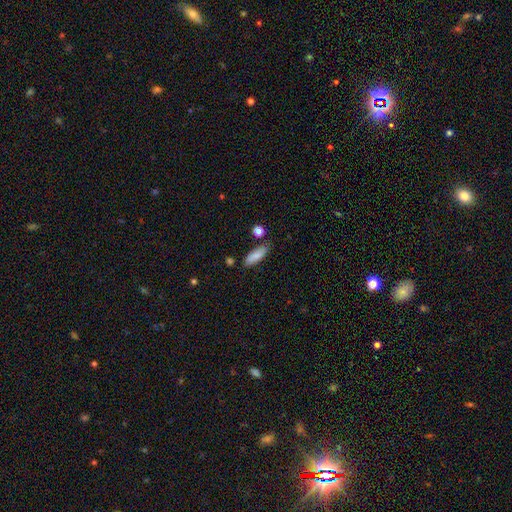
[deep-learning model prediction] smooth-or-featured: smooth: 80% | featured or disk: 13% | star or artifact: 7%
  how-rounded: in between: 55% | cigar-shaped: 42% | round: 3%
  merging: none: 78% | minor disturbance: 15% | merger: 4% | major disturbance: 3%